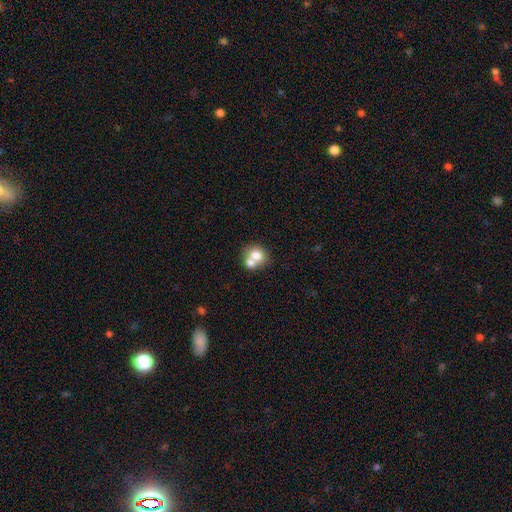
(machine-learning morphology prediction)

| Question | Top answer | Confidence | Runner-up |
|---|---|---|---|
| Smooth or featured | smooth | 72% | featured or disk (18%) |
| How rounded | round | 72% | in between (27%) |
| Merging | merger | 51% | none (39%) |